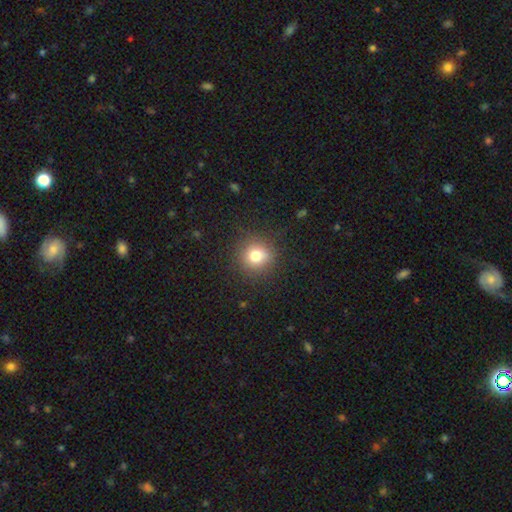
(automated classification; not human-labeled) Smooth or featured? smooth (78%)
How rounded? round (91%)
Merging? none (87%)